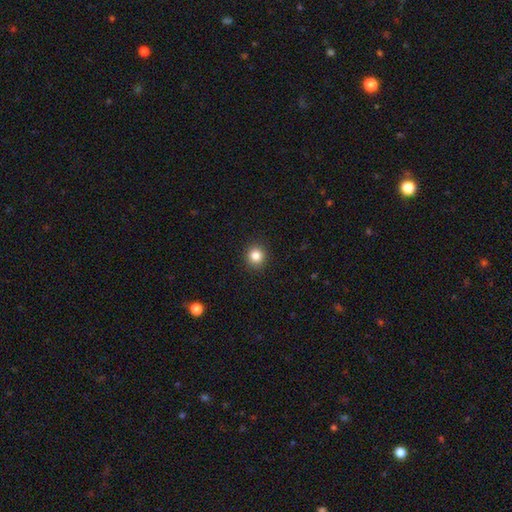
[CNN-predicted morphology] Smooth or featured? smooth (84%)
How rounded? round (90%)
Merging? none (92%)